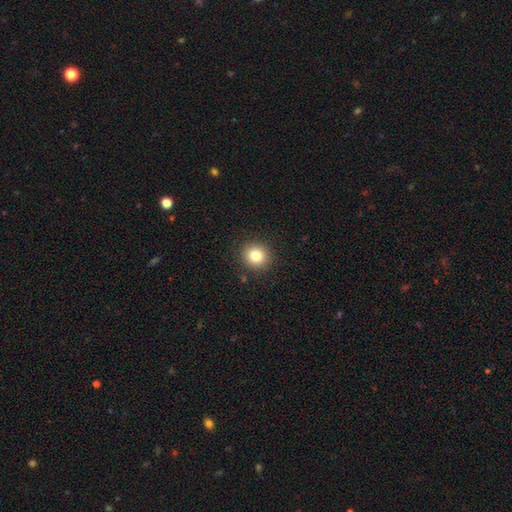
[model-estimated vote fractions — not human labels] smooth-or-featured: smooth: 82% | star or artifact: 11% | featured or disk: 7%
  how-rounded: round: 90% | in between: 9% | cigar-shaped: 1%
  merging: none: 91% | minor disturbance: 6% | major disturbance: 2% | merger: 1%